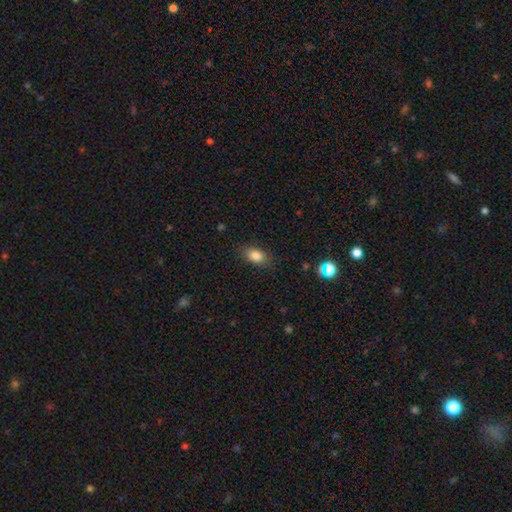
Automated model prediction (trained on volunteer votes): A smooth galaxy with no disk features (84%) that is in between round and cigar-shaped (84%).

Vote fractions:
- Smooth or featured? smooth: 84% / star or artifact: 10% / featured or disk: 6%
- How rounded? in between: 84% / round: 13% / cigar-shaped: 3%
- Merging? none: 83% / minor disturbance: 12% / major disturbance: 3% / merger: 1%